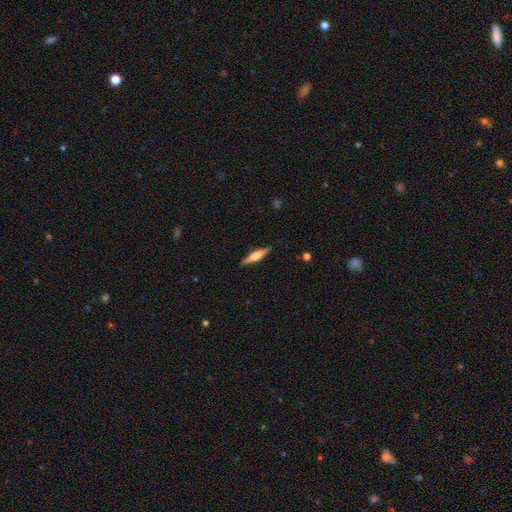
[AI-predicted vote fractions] Smooth or featured?
  - featured or disk: 58% *
  - smooth: 36%
  - star or artifact: 6%
Edge-on disk?
  - yes: 97% *
  - no: 3%
Edge-on bulge?
  - rounded: 82% *
  - boxy: 14%
  - none: 5%
Merging?
  - none: 89% *
  - minor disturbance: 8%
  - major disturbance: 2%
  - merger: 1%